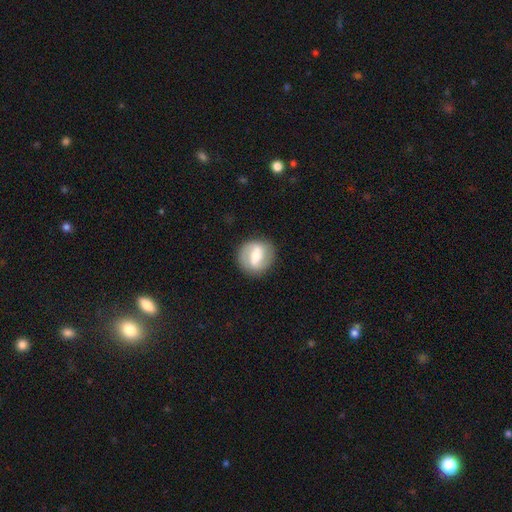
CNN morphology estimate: Smooth or featured: featured or disk — 66% (smooth — 28%)
Edge-on disk: no — 96% (yes — 4%)
Bar: strong — 52% (weak — 36%)
Spiral arms: yes — 74% (no — 26%)
Bulge size: moderate — 61% (small — 24%)
Merging: none — 86% (minor disturbance — 9%)